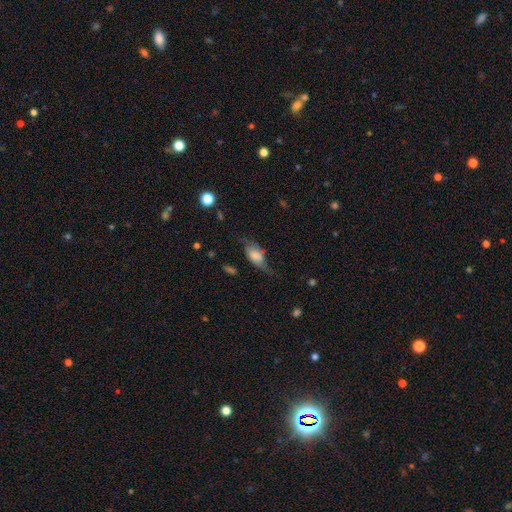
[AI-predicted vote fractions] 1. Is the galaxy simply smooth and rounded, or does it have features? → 49% smooth, 42% featured or disk, 8% star or artifact.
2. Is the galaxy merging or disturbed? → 48% none, 29% minor disturbance, 21% major disturbance, 2% merger.